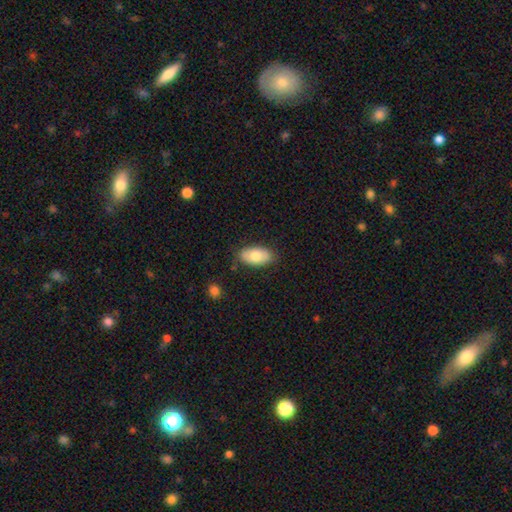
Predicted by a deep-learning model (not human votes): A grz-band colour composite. It shows a smooth galaxy with no disk features (74%) that is in between round and cigar-shaped (94%). Merging: none (82%).